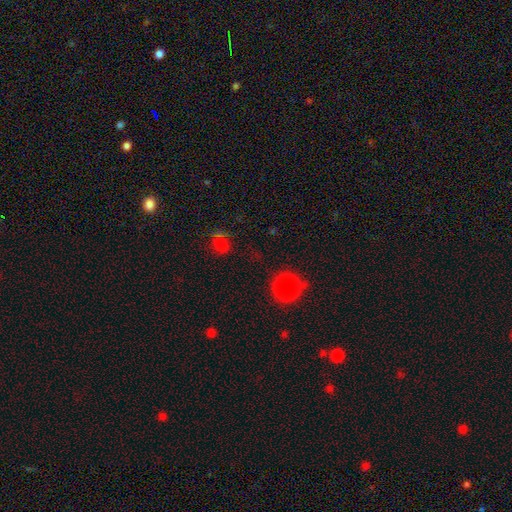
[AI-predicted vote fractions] Overall: smooth (71%). How rounded: round (83%). Merging: none (79%).